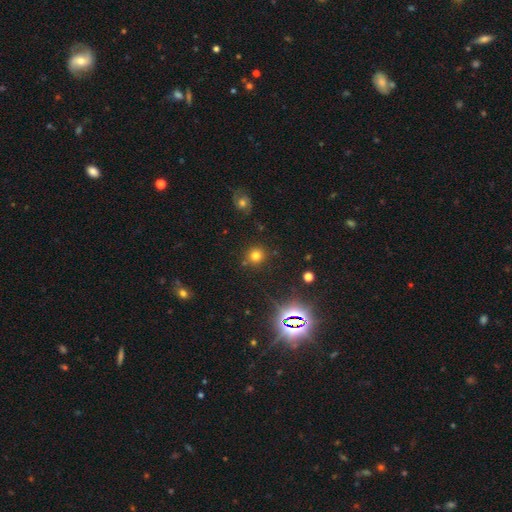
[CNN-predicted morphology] smooth 70%, star or artifact 22%, featured or disk 7%. Down the decision tree: how rounded — round (91%); merging — none (86%).